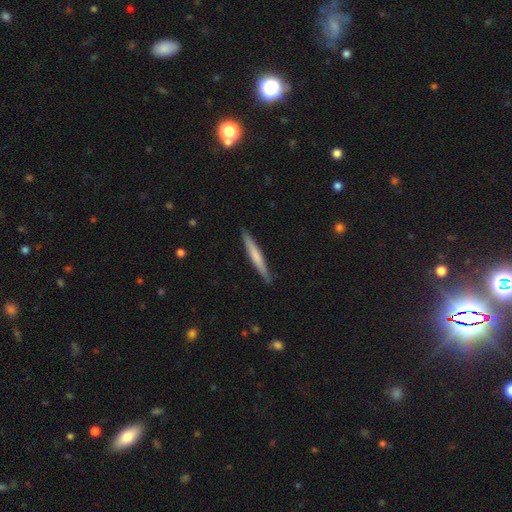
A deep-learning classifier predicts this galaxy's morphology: Smooth or featured?
  - smooth: 58% *
  - featured or disk: 37%
  - star or artifact: 5%
How rounded?
  - cigar-shaped: 96% *
  - in between: 3%
  - round: 1%
Merging?
  - none: 90% *
  - minor disturbance: 7%
  - major disturbance: 1%
  - merger: 1%